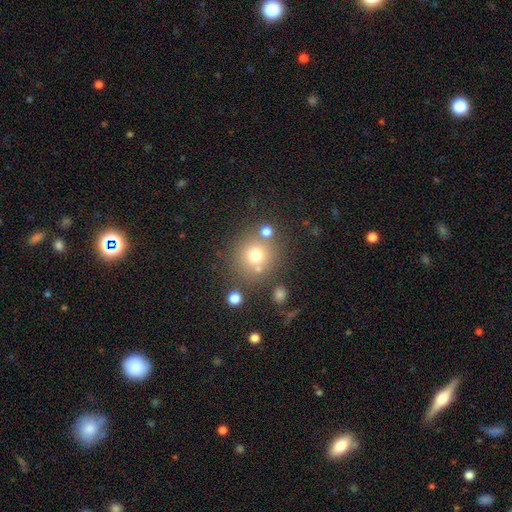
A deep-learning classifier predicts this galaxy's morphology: Overall: smooth (71%). How rounded: round (90%). Merging: none (73%).